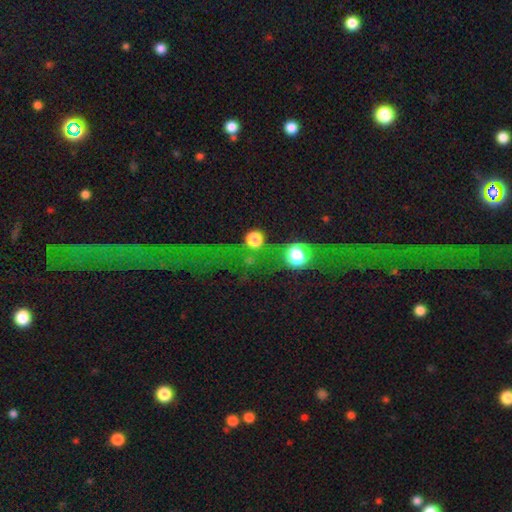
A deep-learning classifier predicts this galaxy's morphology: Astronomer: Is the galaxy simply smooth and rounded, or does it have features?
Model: star or artifact — 68%.